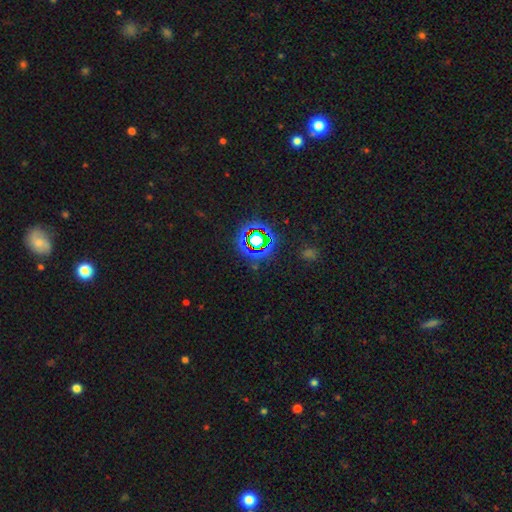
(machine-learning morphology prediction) Overall: star or artifact (69%).